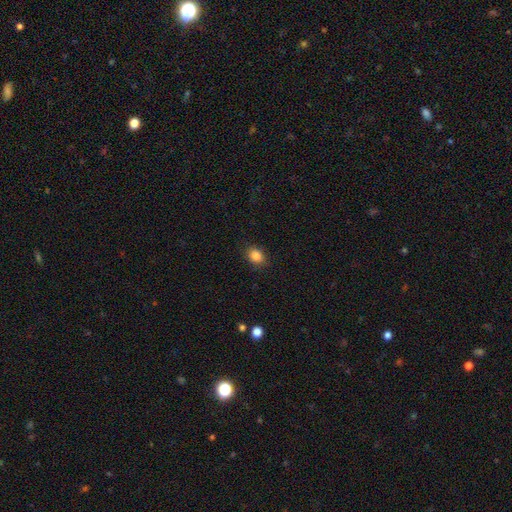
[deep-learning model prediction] Morphology: type=smooth (86%); roundness=in between (56%); merging=none (87%).